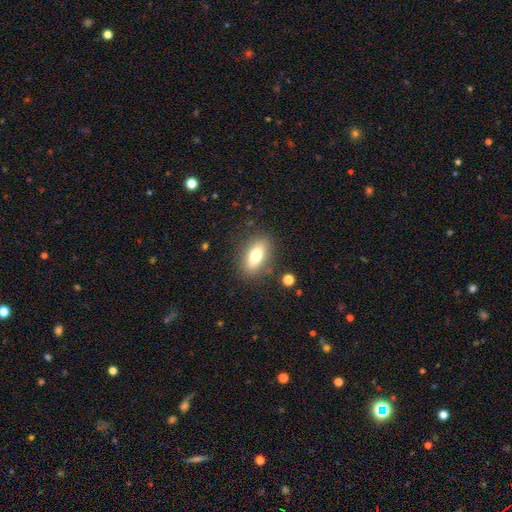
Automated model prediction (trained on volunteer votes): smooth 73%, featured or disk 19%, star or artifact 9%. Down the decision tree: how rounded — in between (83%); merging — none (84%).